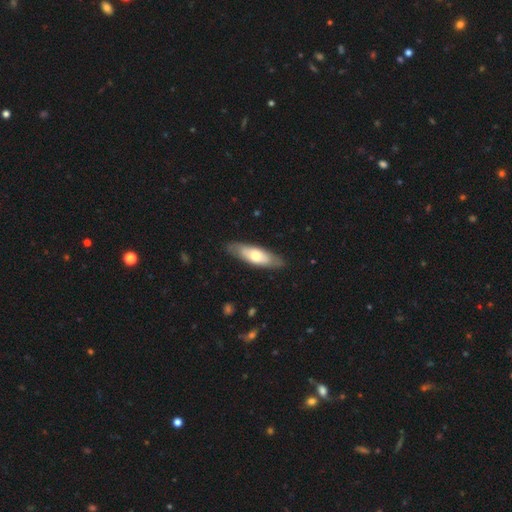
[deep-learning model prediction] Smooth or featured?
  - smooth: 57% *
  - featured or disk: 38%
  - star or artifact: 5%
How rounded?
  - in between: 53% *
  - cigar-shaped: 45%
  - round: 2%
Merging?
  - none: 83% *
  - minor disturbance: 13%
  - major disturbance: 3%
  - merger: 1%